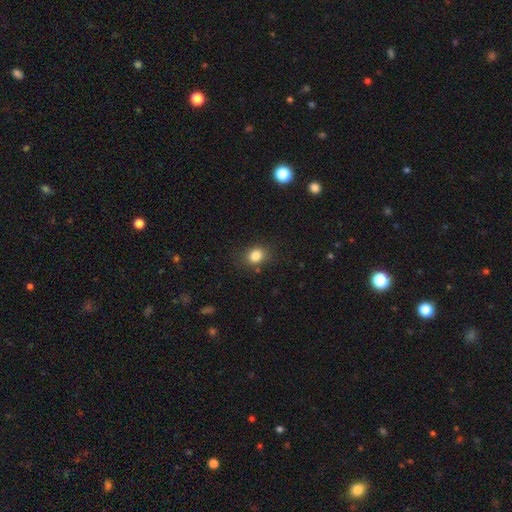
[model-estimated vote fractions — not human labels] A smooth galaxy with no disk features (83%) that is round (57%).

Vote fractions:
- Smooth or featured? smooth: 83% / star or artifact: 11% / featured or disk: 6%
- How rounded? round: 57% / in between: 42% / cigar-shaped: 1%
- Merging? none: 82% / minor disturbance: 12% / major disturbance: 4% / merger: 2%